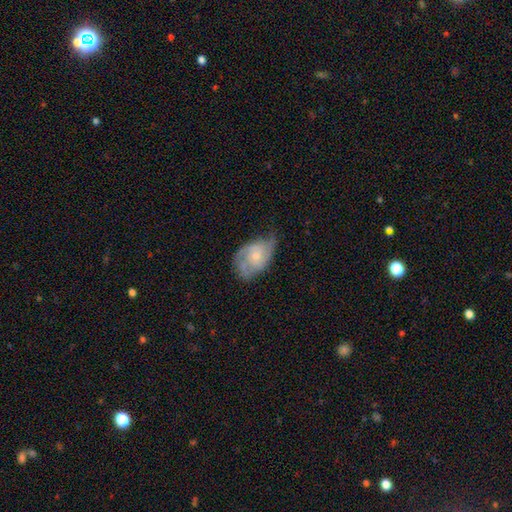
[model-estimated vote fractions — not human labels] The model was most divided on "spiral winding": medium: 44%, tight: 34%, loose: 23%. Remaining: edge-on disk — no (96%); spiral arms — yes (82%); bar — no (76%); smooth or featured — featured or disk (64%); bulge size — small (55%); spiral arm count — 2 (47%); merging — none (46%).